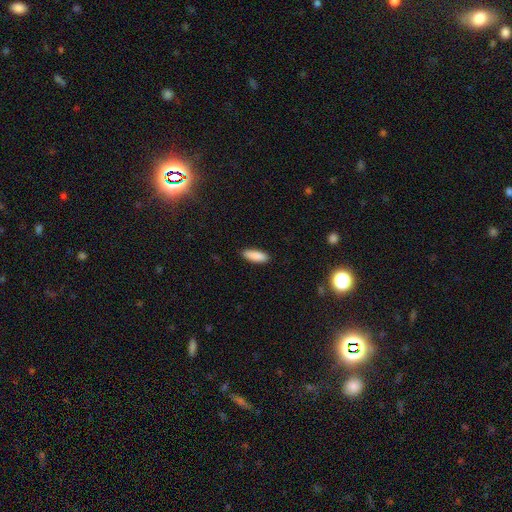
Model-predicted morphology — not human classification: Overall: smooth (89%). How rounded: in between (60%; cigar-shaped 39%). Merging: none (88%).